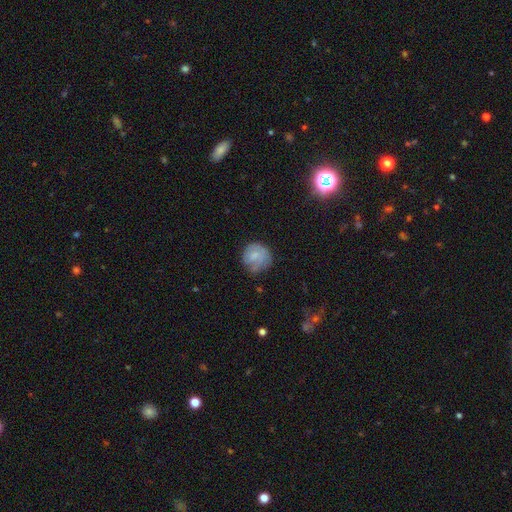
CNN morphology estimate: A smooth galaxy with no disk features (60%) that is round (83%).

Vote fractions:
- Smooth or featured? smooth: 60% / featured or disk: 32% / star or artifact: 8%
- How rounded? round: 83% / in between: 16% / cigar-shaped: 1%
- Merging? none: 56% / minor disturbance: 28% / major disturbance: 14% / merger: 2%